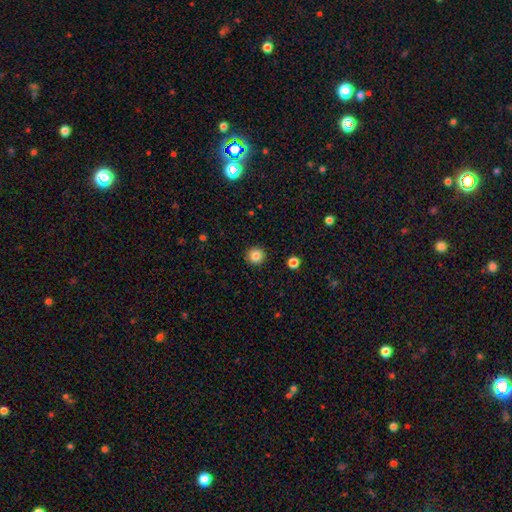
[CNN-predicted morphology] Overall: smooth (84%). How rounded: round (95%). Merging: none (93%).